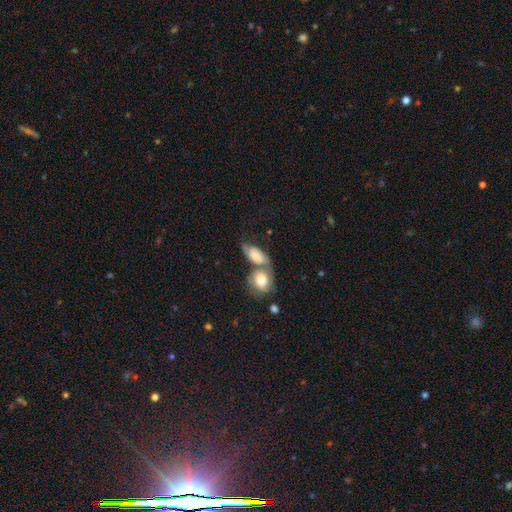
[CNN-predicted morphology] Smooth or featured? Predicted: smooth (p=0.48). Merging? Predicted: merger (p=0.59).